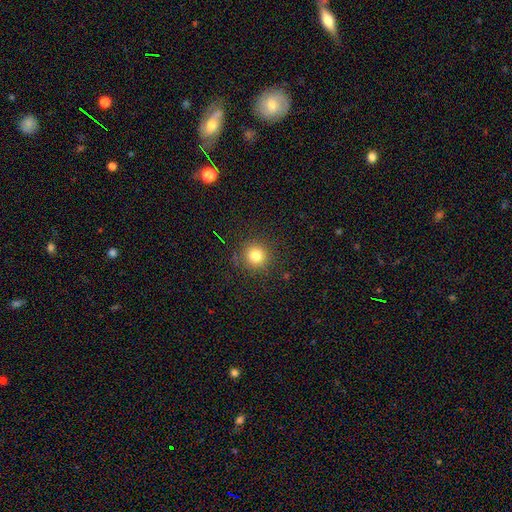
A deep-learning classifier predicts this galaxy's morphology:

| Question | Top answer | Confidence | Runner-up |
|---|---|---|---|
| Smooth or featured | smooth | 79% | star or artifact (14%) |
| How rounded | round | 94% | in between (5%) |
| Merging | none | 89% | minor disturbance (7%) |